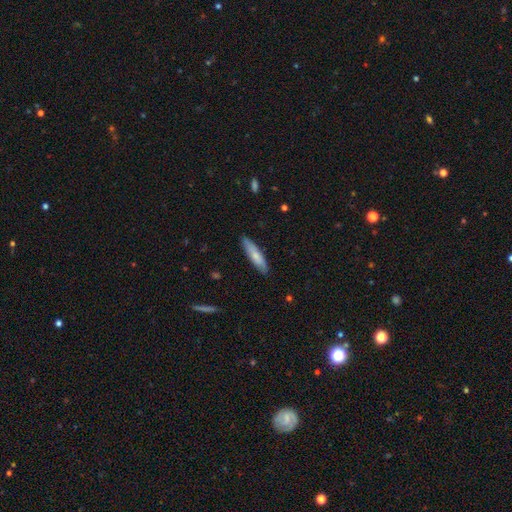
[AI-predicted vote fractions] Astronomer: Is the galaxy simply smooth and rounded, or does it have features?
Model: smooth — 67%.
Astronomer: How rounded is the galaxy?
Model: cigar-shaped — 75%.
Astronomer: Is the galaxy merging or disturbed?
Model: none — 86%.